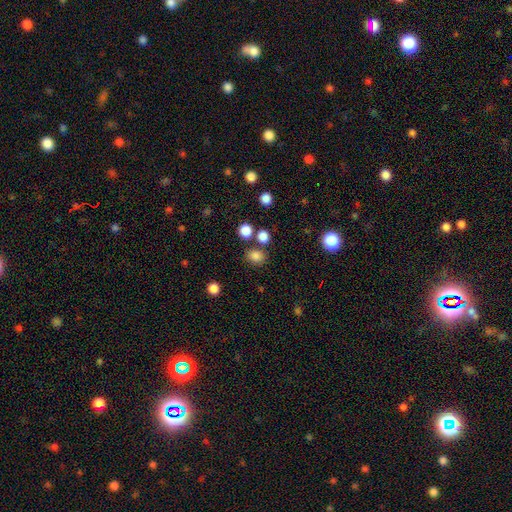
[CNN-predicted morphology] smooth 81%, star or artifact 14%, featured or disk 5%. Down the decision tree: how rounded — round (65%); merging — none (76%).